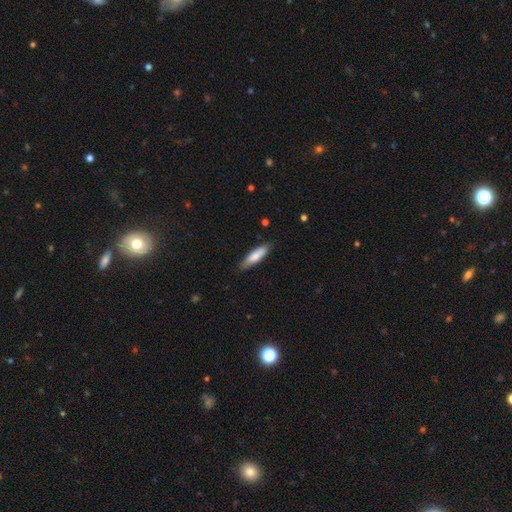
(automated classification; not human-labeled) This is likely a smooth galaxy (76%). How rounded: likely cigar-shaped (68%). Merging: clearly none (84%).